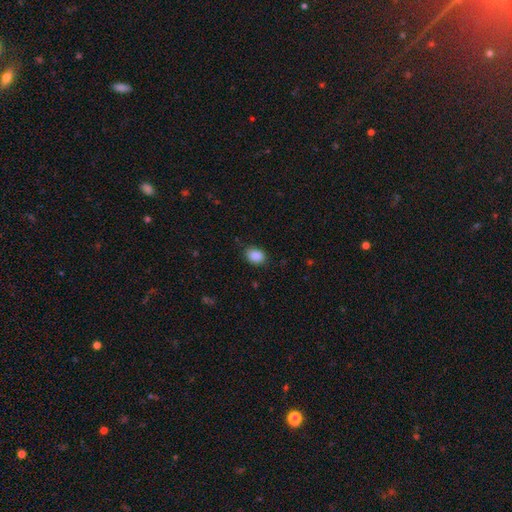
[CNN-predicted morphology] Q: Smooth or featured?
A: smooth (89%); runner-up: star or artifact (8%)
Q: How rounded?
A: in between (66%); runner-up: round (33%)
Q: Merging?
A: none (83%); runner-up: minor disturbance (13%)